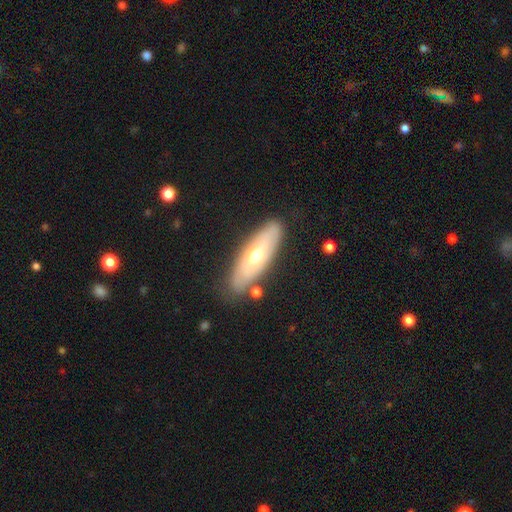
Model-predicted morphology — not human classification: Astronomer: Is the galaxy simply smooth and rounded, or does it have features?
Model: smooth — 49% (runner-up: featured or disk, 46%).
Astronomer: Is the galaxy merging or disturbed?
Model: none — 81%.